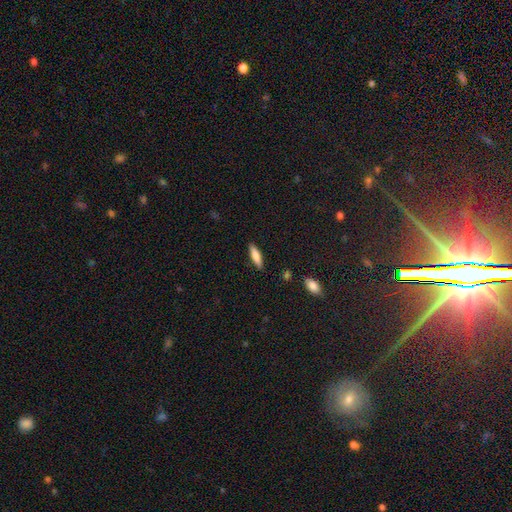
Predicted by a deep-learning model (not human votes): Smooth or featured?
  - smooth: 77% *
  - featured or disk: 17%
  - star or artifact: 6%
How rounded?
  - cigar-shaped: 65% *
  - in between: 33%
  - round: 2%
Merging?
  - none: 88% *
  - minor disturbance: 9%
  - major disturbance: 2%
  - merger: 1%